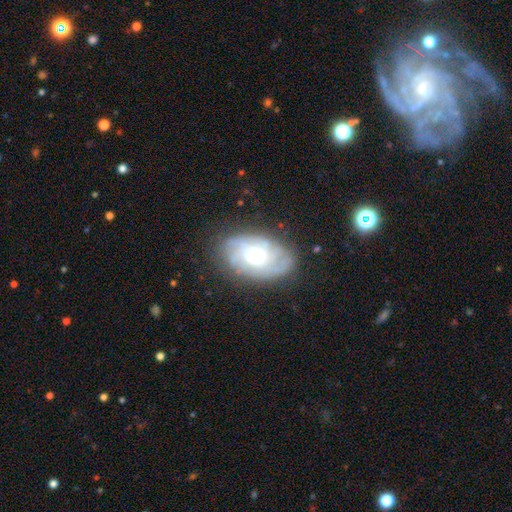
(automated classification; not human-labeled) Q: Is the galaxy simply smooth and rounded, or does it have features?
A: featured or disk — 77%.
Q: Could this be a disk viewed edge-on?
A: no — 95%.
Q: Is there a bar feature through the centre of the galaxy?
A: no — 70%.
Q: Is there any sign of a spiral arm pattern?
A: yes — 91%.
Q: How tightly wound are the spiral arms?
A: tight — 60%.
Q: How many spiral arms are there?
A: can't tell — 39%.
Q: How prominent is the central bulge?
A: moderate — 70%.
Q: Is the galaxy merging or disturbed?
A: none — 78%.